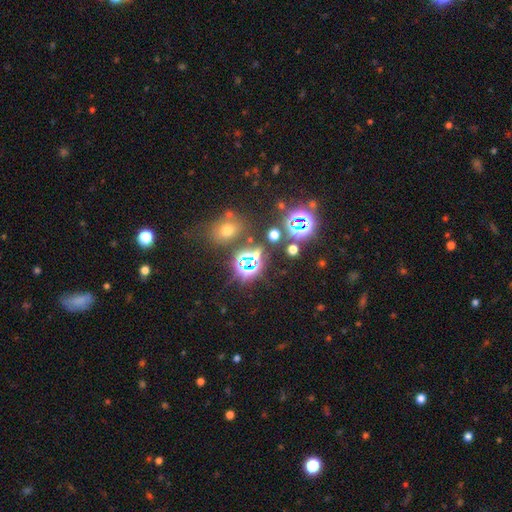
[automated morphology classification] Smooth or featured? Predicted: star or artifact (p=0.71).